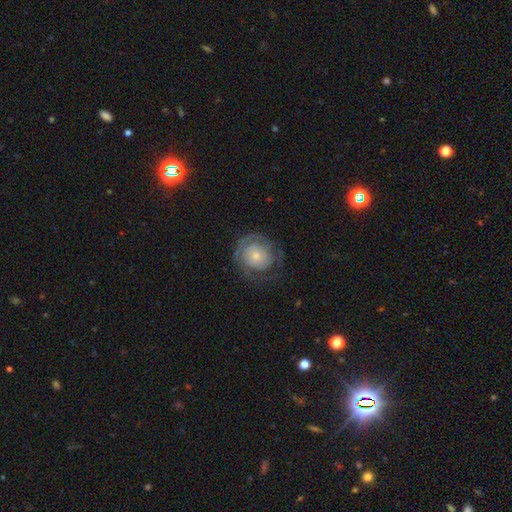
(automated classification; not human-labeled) Morphology: type=featured or disk (59%); edge-on=no (97%); bar=no (83%); spiral arms=yes (75%); bulge=small (57%); merging=none (63%).